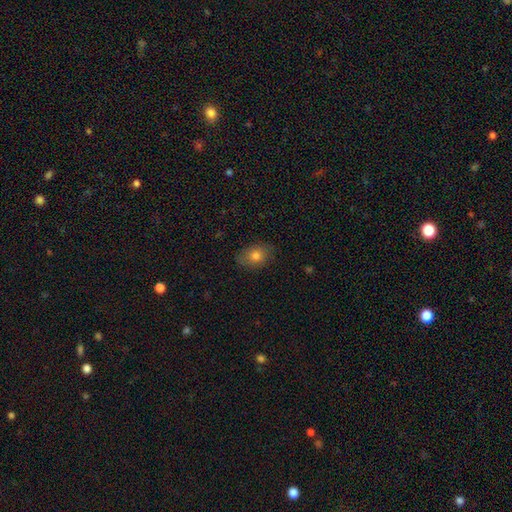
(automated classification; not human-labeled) A smooth galaxy with no disk features (79%) that is in between round and cigar-shaped (69%). Merging: none (81%).